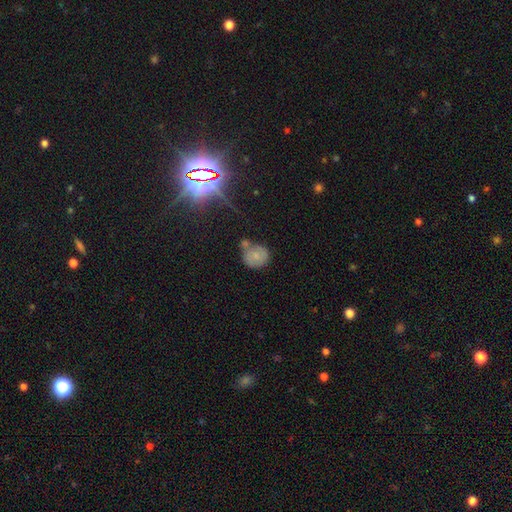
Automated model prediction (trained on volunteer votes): Q: Smooth or featured?
A: smooth (65%); runner-up: featured or disk (23%)
Q: How rounded?
A: round (80%); runner-up: in between (19%)
Q: Merging?
A: none (49%); runner-up: merger (25%)